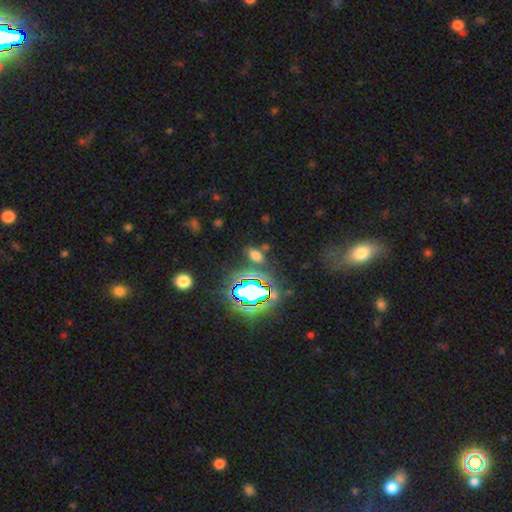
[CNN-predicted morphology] Smooth or featured? smooth (53%)
How rounded? in between (78%)
Merging? none (76%)